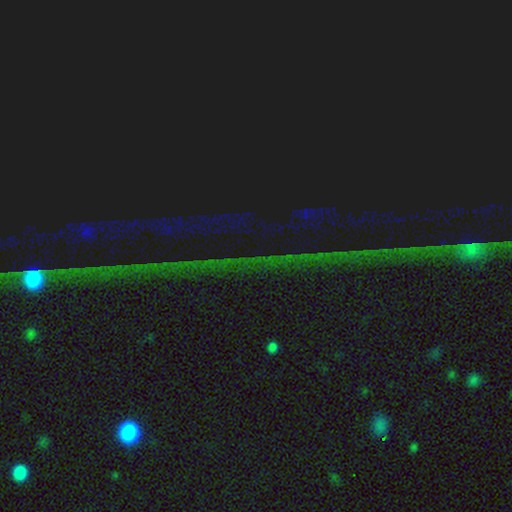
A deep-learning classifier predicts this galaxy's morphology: Smooth or featured? star or artifact (83%)